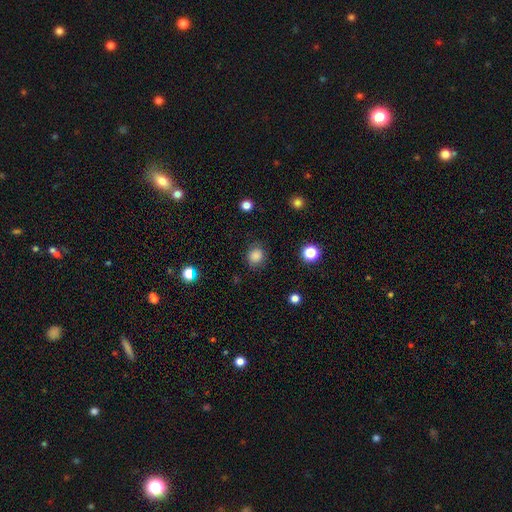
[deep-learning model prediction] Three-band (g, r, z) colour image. It shows a smooth galaxy with no disk features (84%) that is round (79%). Merging: none (84%).